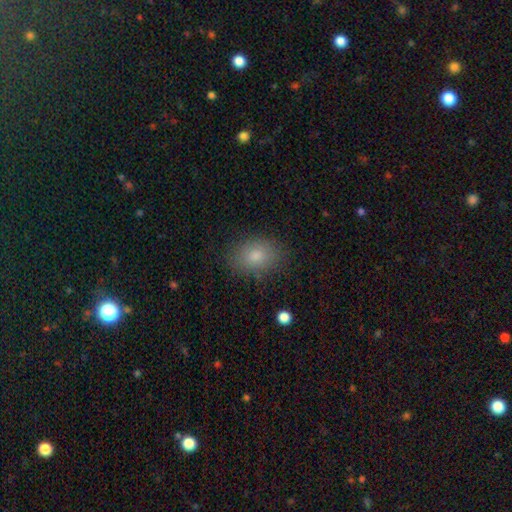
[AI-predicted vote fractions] Overall: smooth (81%). How rounded: in between (73%). Merging: none (84%).